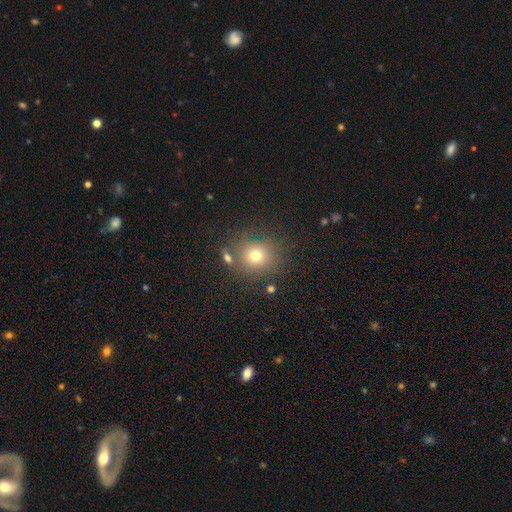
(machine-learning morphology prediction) smooth-or-featured: smooth: 74% | star or artifact: 16% | featured or disk: 11%
  how-rounded: round: 84% | in between: 15% | cigar-shaped: 1%
  merging: none: 76% | minor disturbance: 11% | merger: 9% | major disturbance: 5%